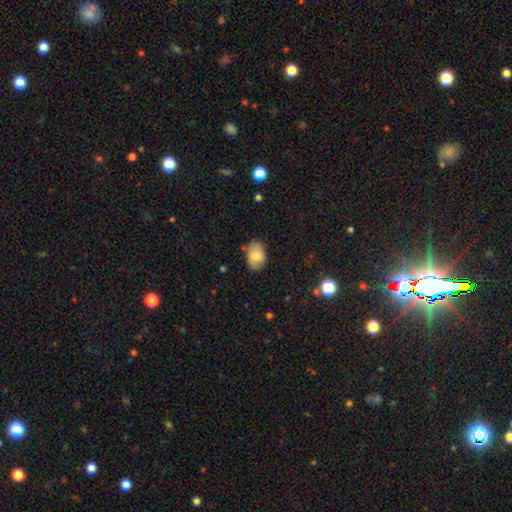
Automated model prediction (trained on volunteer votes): The model was most divided on "smooth or featured": smooth: 76%, featured or disk: 17%, star or artifact: 8%. More confident: how rounded — in between (85%); merging — none (78%).